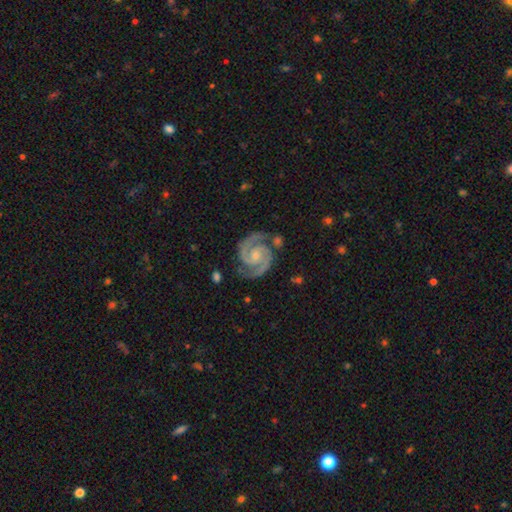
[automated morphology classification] Q: Smooth or featured?
A: featured or disk (94%); runner-up: star or artifact (4%)
Q: Edge-on disk?
A: no (98%); runner-up: yes (2%)
Q: Bar?
A: no (59%); runner-up: weak (32%)
Q: Spiral arms?
A: yes (99%); runner-up: no (1%)
Q: Spiral winding?
A: medium (49%); runner-up: tight (47%)
Q: Spiral arm count?
A: 2 (93%); runner-up: 3 (2%)
Q: Bulge size?
A: small (60%); runner-up: moderate (31%)
Q: Merging?
A: none (78%); runner-up: minor disturbance (14%)